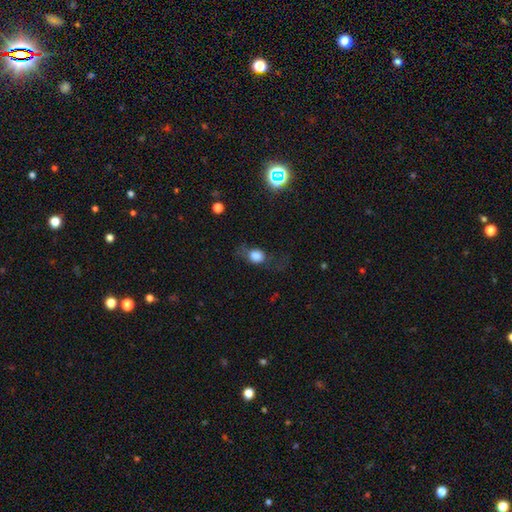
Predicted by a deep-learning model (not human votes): Overall: smooth (72%). How rounded: in between (50%; round 47%). Merging: none (52%; major disturbance 24%).